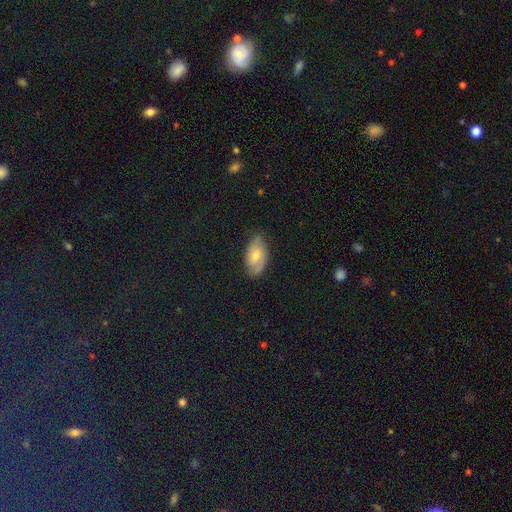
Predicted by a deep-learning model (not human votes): Smooth or featured?
  - featured or disk: 45% *
  - smooth: 44%
  - star or artifact: 11%
Merging?
  - none: 77% *
  - minor disturbance: 19%
  - major disturbance: 4%
  - merger: 1%